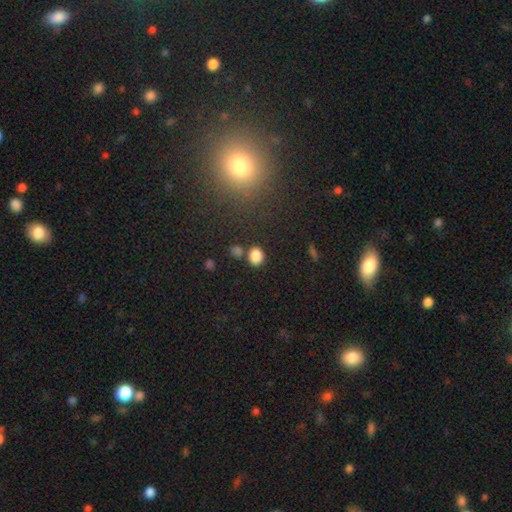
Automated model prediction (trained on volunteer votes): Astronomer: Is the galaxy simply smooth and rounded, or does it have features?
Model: smooth — 85%.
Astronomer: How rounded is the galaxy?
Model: round — 60% (runner-up: in between, 39%).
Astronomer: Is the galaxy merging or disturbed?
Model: none — 74%.